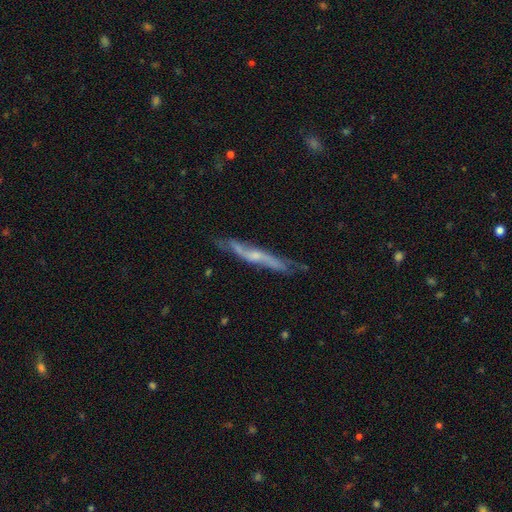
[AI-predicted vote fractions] The model was most divided on "edge-on bulge": rounded: 52%, none: 41%, boxy: 7%. More confident: edge-on disk — yes (73%); merging — none (70%); smooth or featured — featured or disk (70%).